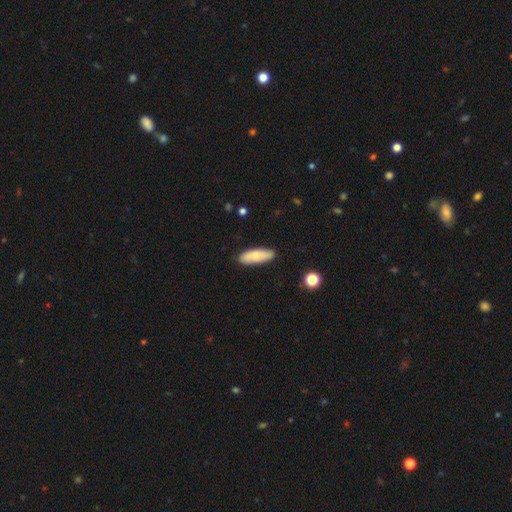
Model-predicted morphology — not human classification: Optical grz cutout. It shows a smooth galaxy with no disk features (78%) that is in between round and cigar-shaped (55%). Merging: none (86%).